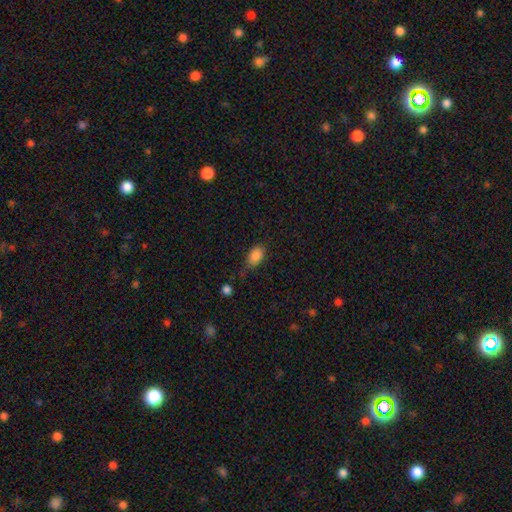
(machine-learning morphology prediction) A smooth galaxy with no disk features (86%) that is in between round and cigar-shaped (90%). Merging: none (62%).